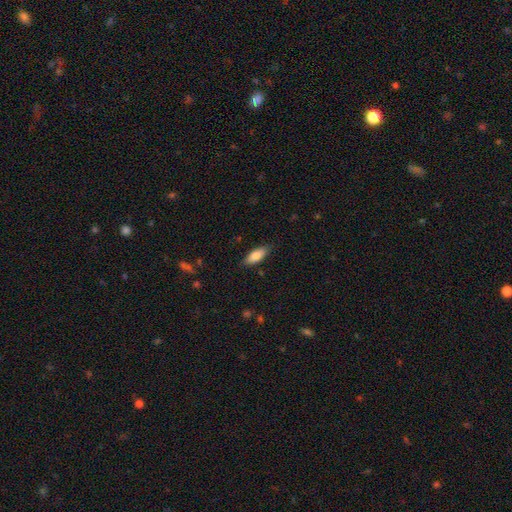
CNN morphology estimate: smooth 81%, featured or disk 13%, star or artifact 6%. Down the decision tree: how rounded — in between (71%); merging — none (83%).